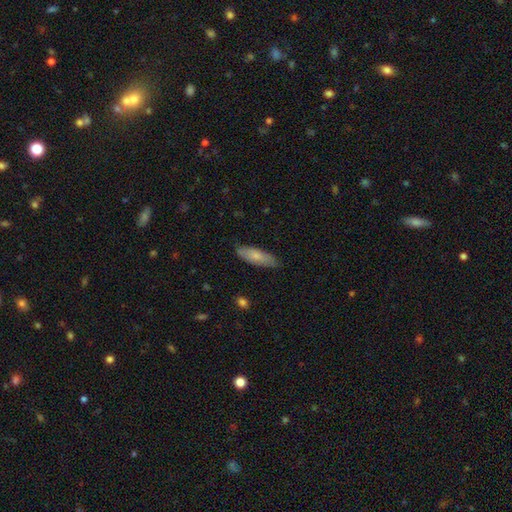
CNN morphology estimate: This appears to be a smooth galaxy with no disk features (74%) that is in between round and cigar-shaped (57%). Merging: none (81%).